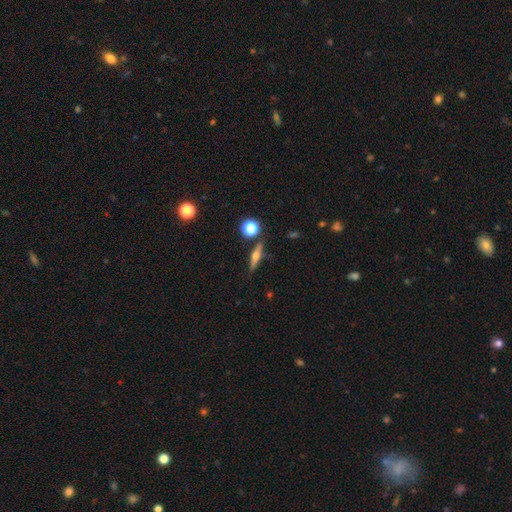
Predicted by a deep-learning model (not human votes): A featured or disk galaxy (57%) viewed edge-on (94%) with a rounded central bulge (93%).

Vote fractions:
- Smooth or featured? featured or disk: 57% / smooth: 34% / star or artifact: 9%
- Edge-on disk? yes: 94% / no: 6%
- Edge-on bulge? rounded: 93% / boxy: 3% / none: 3%
- Merging? none: 84% / minor disturbance: 9% / merger: 5% / major disturbance: 3%